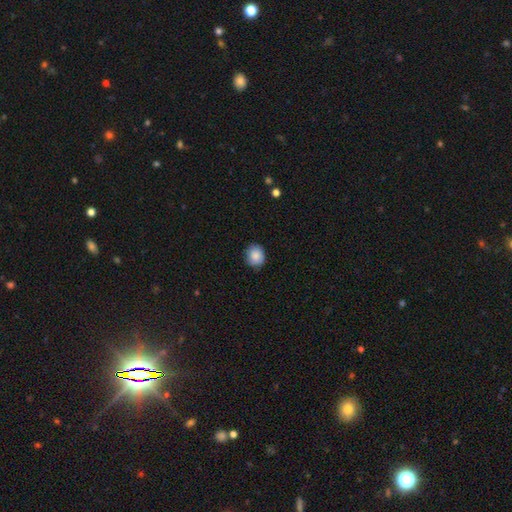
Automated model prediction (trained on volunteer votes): A smooth galaxy with no disk features (86%) that is round (70%). Merging: none (82%).